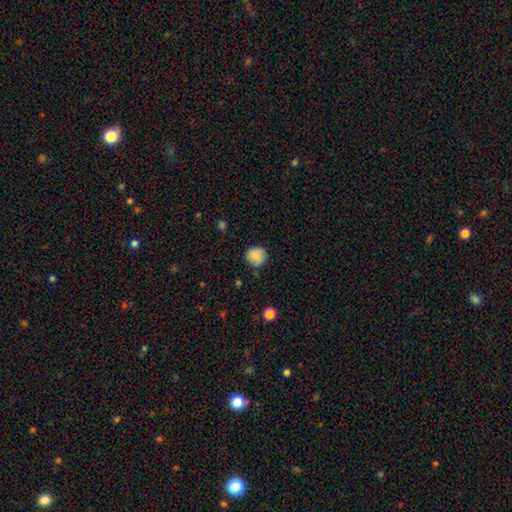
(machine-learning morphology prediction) type=smooth (85%); roundness=round (83%); merging=none (75%).